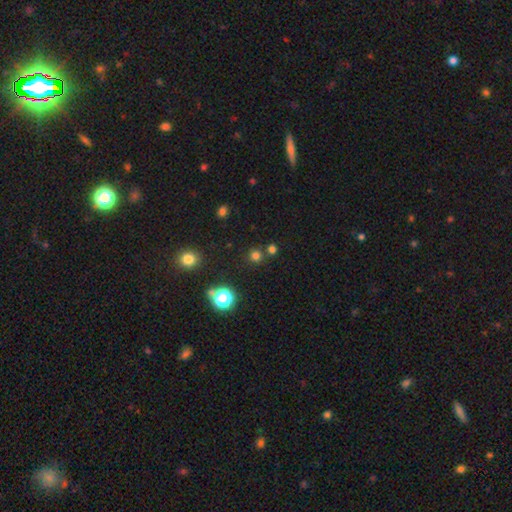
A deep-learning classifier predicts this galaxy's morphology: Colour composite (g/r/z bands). It shows a smooth galaxy with no disk features (70%) that is round (93%). Merging: none (78%).